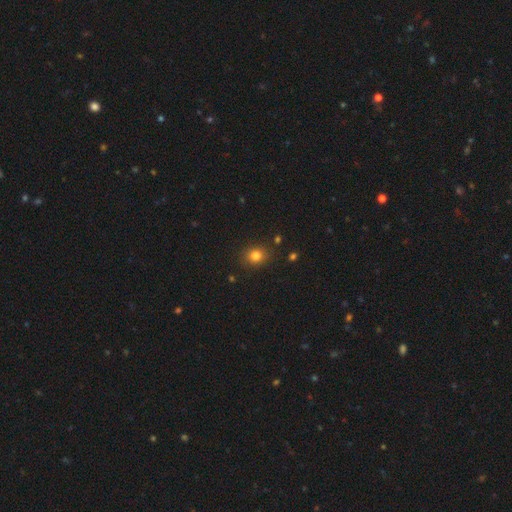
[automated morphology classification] smooth_or_featured: smooth (p=0.81) [alt: star or artifact p=0.13]
how_rounded: round (p=0.64) [alt: in between p=0.35]
merging: none (p=0.85) [alt: minor disturbance p=0.10]